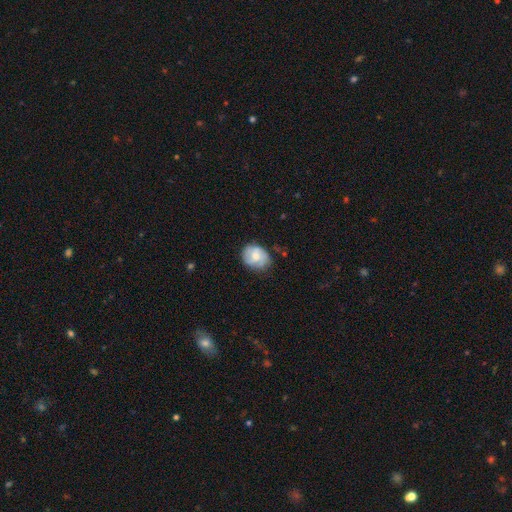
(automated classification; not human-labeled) Smooth or featured: smooth — 55% (featured or disk — 38%)
How rounded: round — 58% (in between — 41%)
Merging: none — 65% (minor disturbance — 26%)